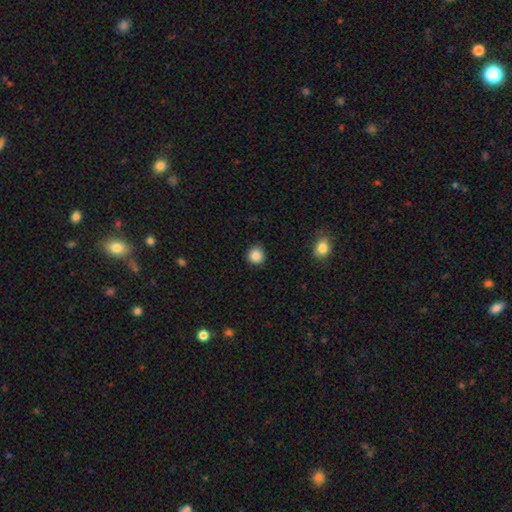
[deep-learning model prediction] Smooth or featured? Predicted: smooth (p=0.87). How rounded? Predicted: round (p=0.93). Merging? Predicted: none (p=0.90).